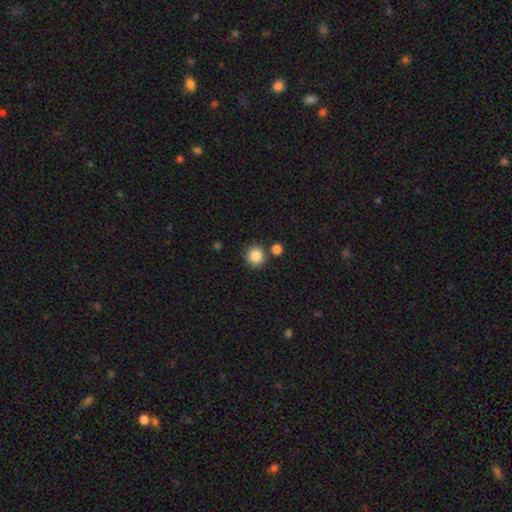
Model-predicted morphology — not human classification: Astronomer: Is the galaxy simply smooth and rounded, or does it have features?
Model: smooth — 87%.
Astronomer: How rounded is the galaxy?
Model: round — 91%.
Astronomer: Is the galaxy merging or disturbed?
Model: none — 81%.